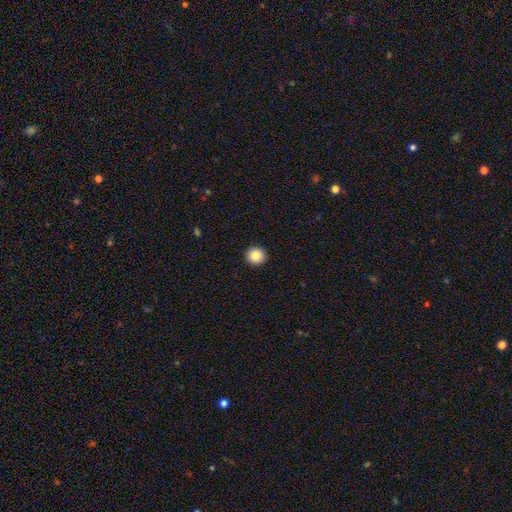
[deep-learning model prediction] A smooth galaxy with no disk features (86%) that is round (93%). Merging: none (93%).